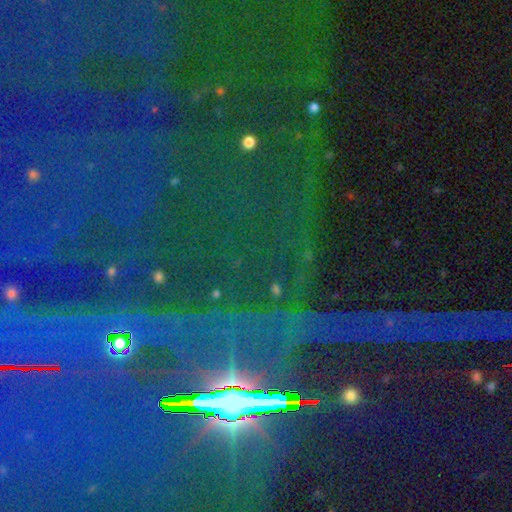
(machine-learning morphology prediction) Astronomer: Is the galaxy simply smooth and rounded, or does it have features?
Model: star or artifact — 84%.